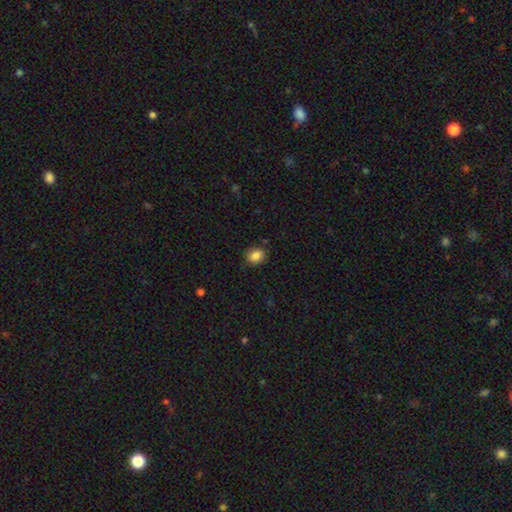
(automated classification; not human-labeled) The model was most divided on "how rounded": round: 51%, in between: 48%, cigar-shaped: 1%. More confident: smooth or featured — smooth (86%); merging — none (83%).